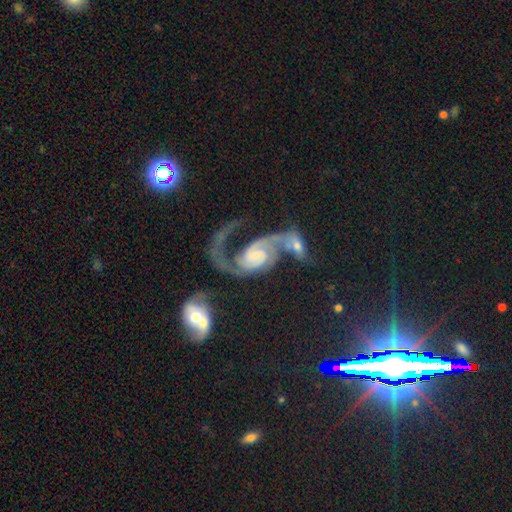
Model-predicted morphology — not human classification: The model was most divided on "spiral winding": medium: 45%, loose: 36%, tight: 20%. Remaining: edge-on disk — no (98%); spiral arms — yes (97%); smooth or featured — featured or disk (90%); spiral arm count — 2 (88%); bulge size — small (60%); bar — no (52%); merging — merger (47%).